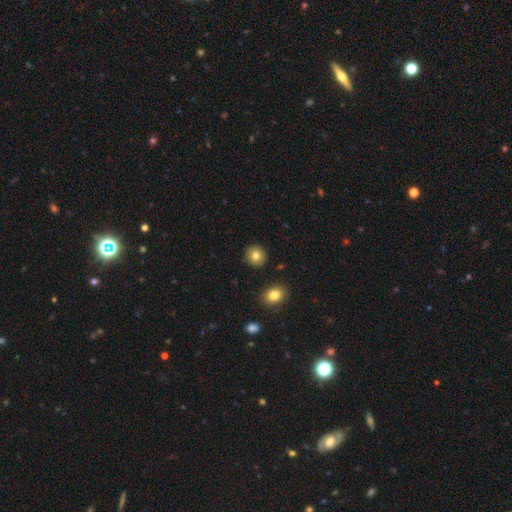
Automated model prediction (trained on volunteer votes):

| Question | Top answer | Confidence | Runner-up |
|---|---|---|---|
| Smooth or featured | smooth | 81% | star or artifact (10%) |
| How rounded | round | 90% | in between (9%) |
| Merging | none | 90% | minor disturbance (6%) |